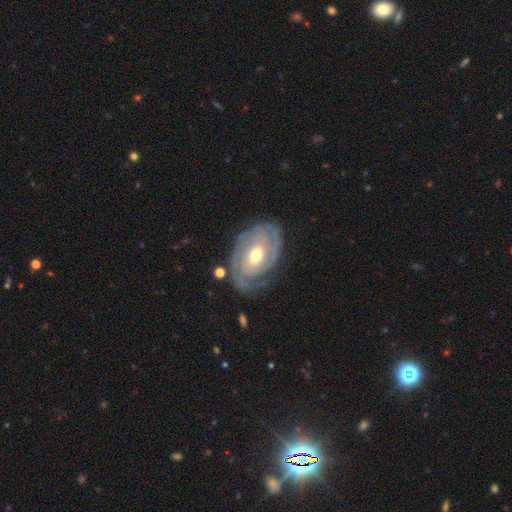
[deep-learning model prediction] Morphology: type=featured or disk (87%); edge-on=no (96%); bar=no (49%); spiral arms=yes (95%); winding=tight (76%); arm count=2 (43%); bulge=moderate (71%); merging=none (76%).